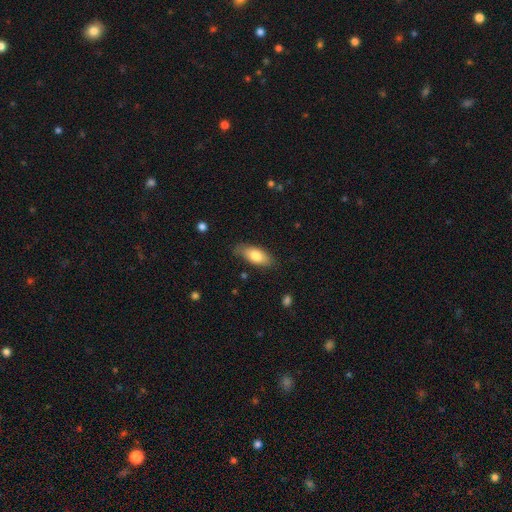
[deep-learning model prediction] Morphology: type=smooth (79%); roundness=in between (84%); merging=none (76%).